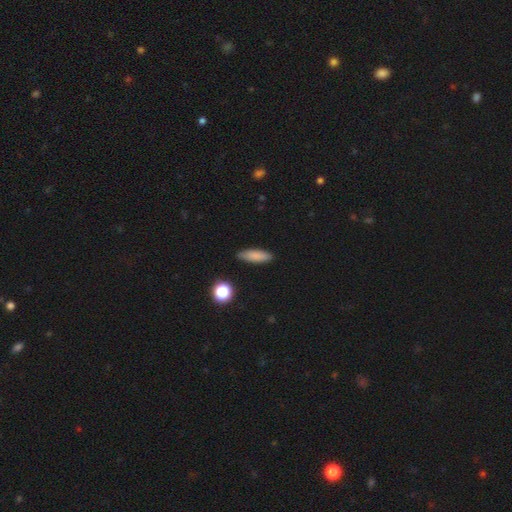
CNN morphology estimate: This appears to be a smooth galaxy with no disk features (84%) that is cigar-shaped (51%). Merging: none (87%).